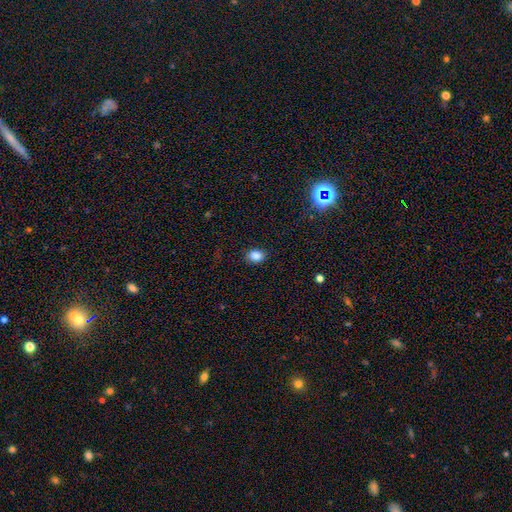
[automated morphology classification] smooth 85%, star or artifact 10%, featured or disk 5%. Down the decision tree: how rounded — in between (65%); merging — none (88%).